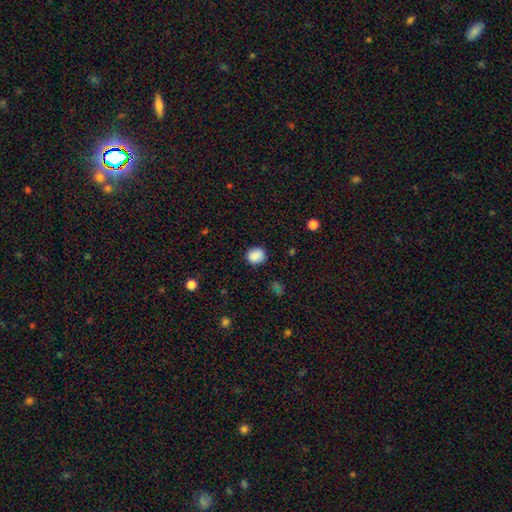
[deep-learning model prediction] Smooth or featured?
  - smooth: 88% *
  - star or artifact: 9%
  - featured or disk: 3%
How rounded?
  - round: 79% *
  - in between: 21%
  - cigar-shaped: 1%
Merging?
  - none: 86% *
  - minor disturbance: 10%
  - major disturbance: 3%
  - merger: 1%